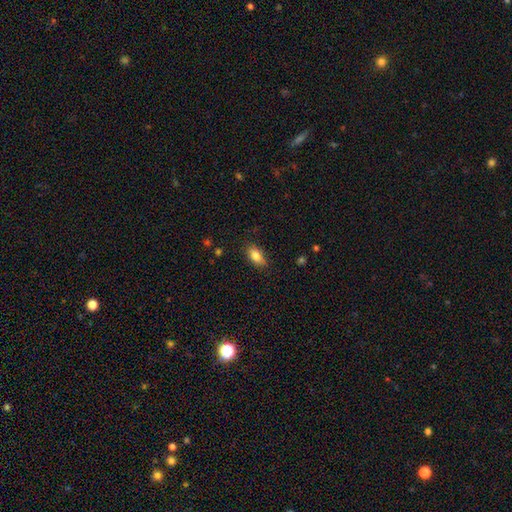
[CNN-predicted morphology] Q: Smooth or featured?
A: smooth (82%); runner-up: featured or disk (11%)
Q: How rounded?
A: in between (87%); runner-up: cigar-shaped (8%)
Q: Merging?
A: none (81%); runner-up: minor disturbance (15%)